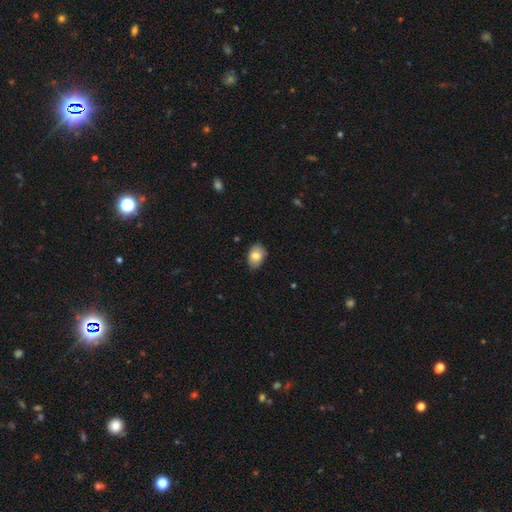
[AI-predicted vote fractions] smooth_or_featured: smooth (p=0.80) [alt: featured or disk p=0.13]
how_rounded: in between (p=0.84) [alt: round p=0.15]
merging: none (p=0.78) [alt: minor disturbance p=0.18]